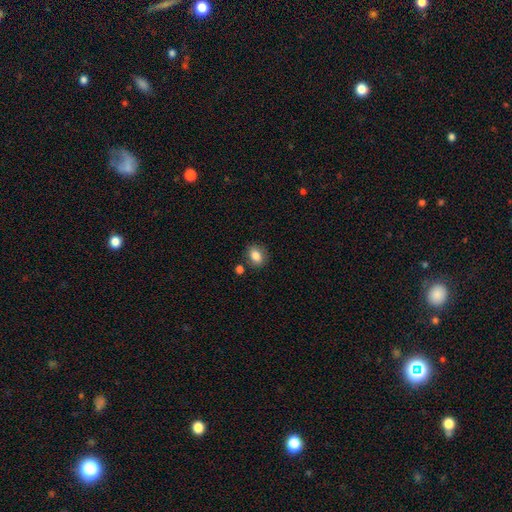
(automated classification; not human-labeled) Smooth or featured? smooth (84%)
How rounded? in between (60%)
Merging? none (80%)